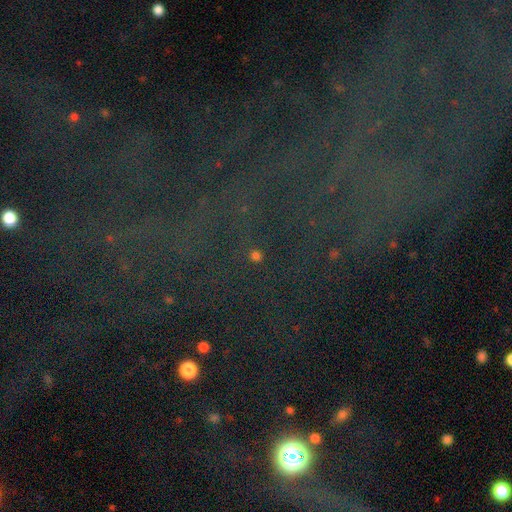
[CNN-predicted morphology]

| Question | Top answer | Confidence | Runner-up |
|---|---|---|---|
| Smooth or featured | star or artifact | 63% | smooth (28%) |